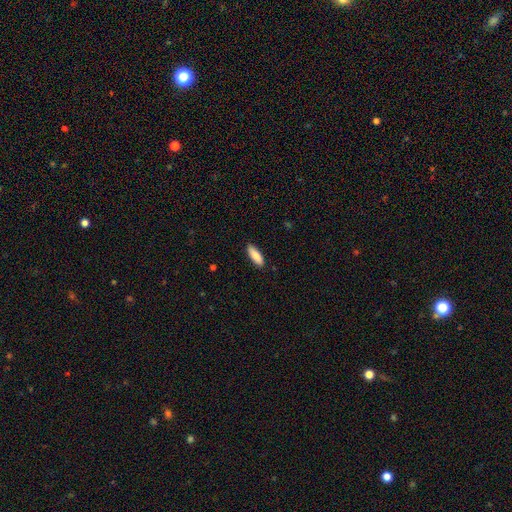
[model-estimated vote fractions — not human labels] Smooth or featured? Predicted: smooth (p=0.87). How rounded? Predicted: in between (p=0.58). Merging? Predicted: none (p=0.88).